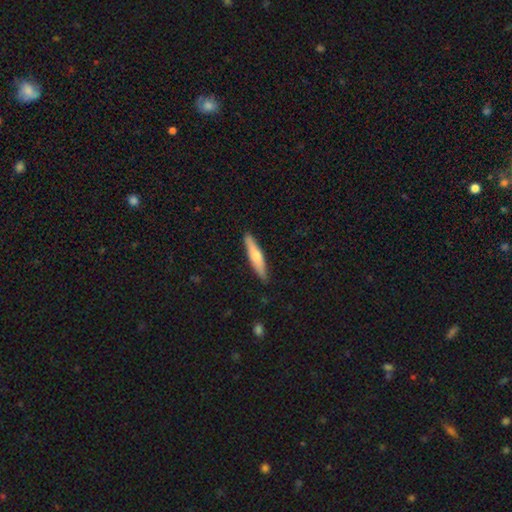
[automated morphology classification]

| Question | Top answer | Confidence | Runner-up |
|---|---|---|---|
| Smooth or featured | smooth | 53% | featured or disk (42%) |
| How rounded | cigar-shaped | 85% | in between (13%) |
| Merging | none | 88% | minor disturbance (9%) |